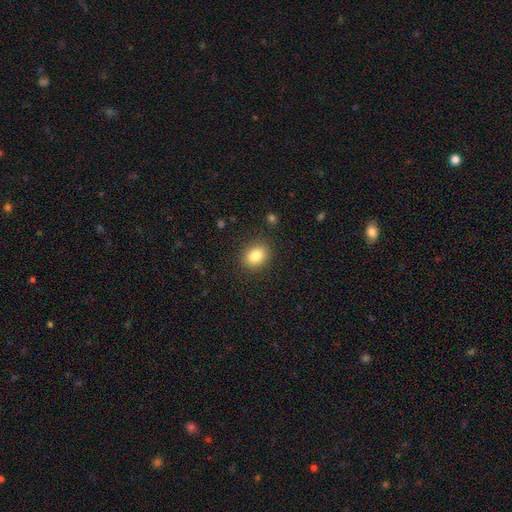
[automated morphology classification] A smooth galaxy with no disk features (83%) that is round (51%).

Vote fractions:
- Smooth or featured? smooth: 83% / star or artifact: 10% / featured or disk: 7%
- How rounded? round: 51% / in between: 48% / cigar-shaped: 1%
- Merging? none: 88% / minor disturbance: 8% / major disturbance: 3% / merger: 1%